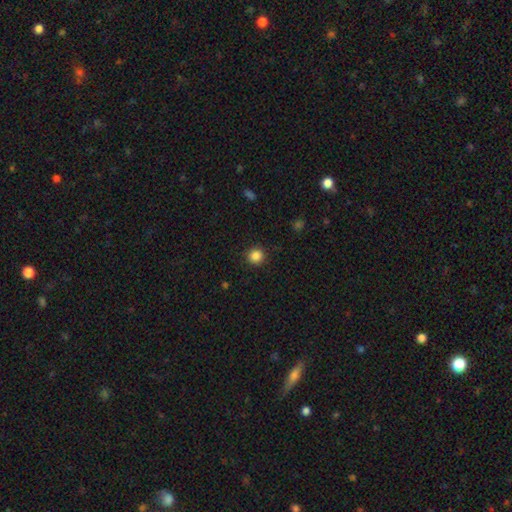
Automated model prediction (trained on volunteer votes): smooth-or-featured: smooth: 86% | star or artifact: 11% | featured or disk: 3%
  how-rounded: round: 94% | in between: 5% | cigar-shaped: 1%
  merging: none: 91% | minor disturbance: 6% | major disturbance: 2% | merger: 1%